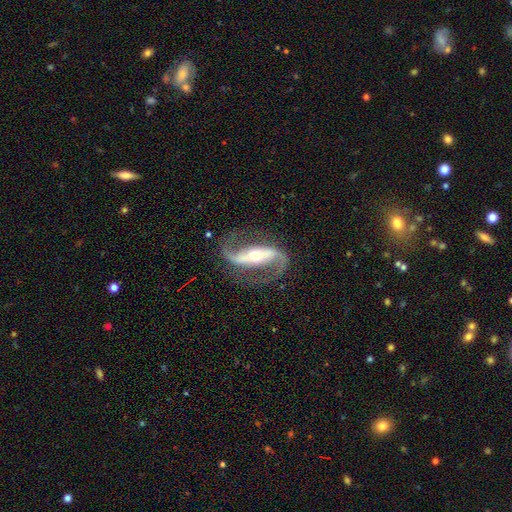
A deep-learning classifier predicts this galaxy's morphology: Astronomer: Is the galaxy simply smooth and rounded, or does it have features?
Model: featured or disk — 93%.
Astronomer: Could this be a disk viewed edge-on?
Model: no — 96%.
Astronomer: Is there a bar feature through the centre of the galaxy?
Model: strong — 59%.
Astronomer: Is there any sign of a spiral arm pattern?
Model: yes — 98%.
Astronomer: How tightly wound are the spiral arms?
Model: loose — 50% (runner-up: medium, 40%).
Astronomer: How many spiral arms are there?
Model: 2 — 94%.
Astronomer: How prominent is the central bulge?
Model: moderate — 48% (runner-up: small, 46%).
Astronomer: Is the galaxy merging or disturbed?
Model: none — 83%.